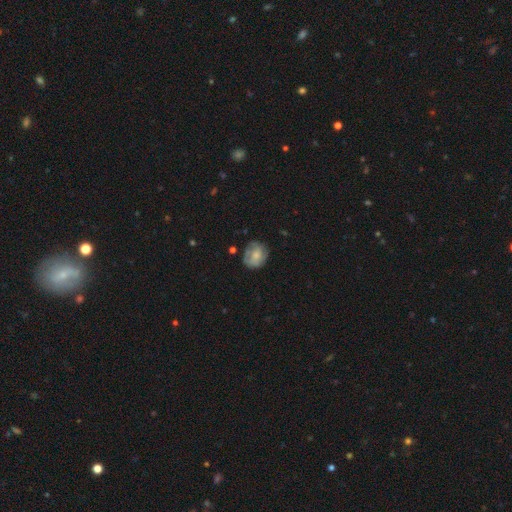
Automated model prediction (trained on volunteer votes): Q: Smooth or featured?
A: smooth (57%); runner-up: featured or disk (35%)
Q: How rounded?
A: round (71%); runner-up: in between (28%)
Q: Merging?
A: none (65%); runner-up: minor disturbance (25%)